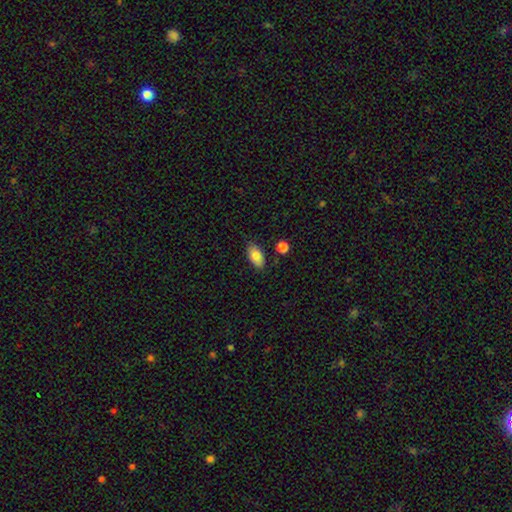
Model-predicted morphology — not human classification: Smooth or featured? Predicted: smooth (p=0.80). How rounded? Predicted: in between (p=0.92). Merging? Predicted: none (p=0.82).